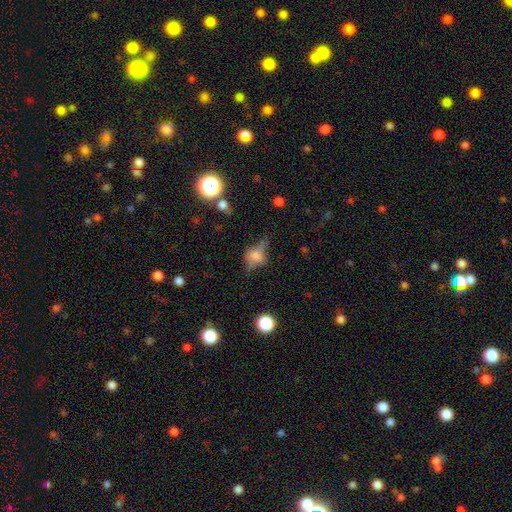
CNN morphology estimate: A smooth galaxy with no disk features (45%). Merging: none (53%).